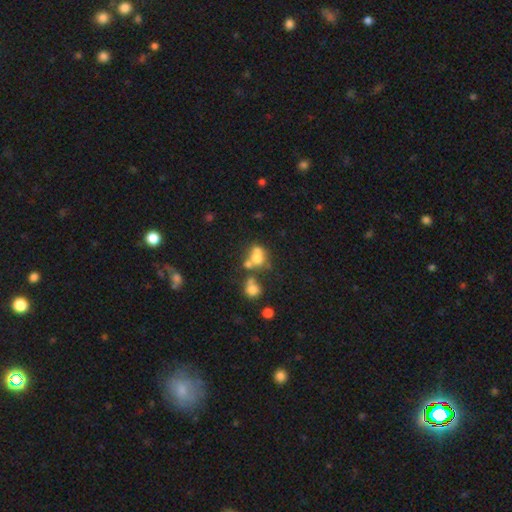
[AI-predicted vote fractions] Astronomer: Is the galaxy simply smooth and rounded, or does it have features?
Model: smooth — 56%.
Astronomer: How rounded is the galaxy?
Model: round — 61% (runner-up: in between, 37%).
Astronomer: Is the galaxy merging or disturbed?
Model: merger — 50% (runner-up: none, 33%).